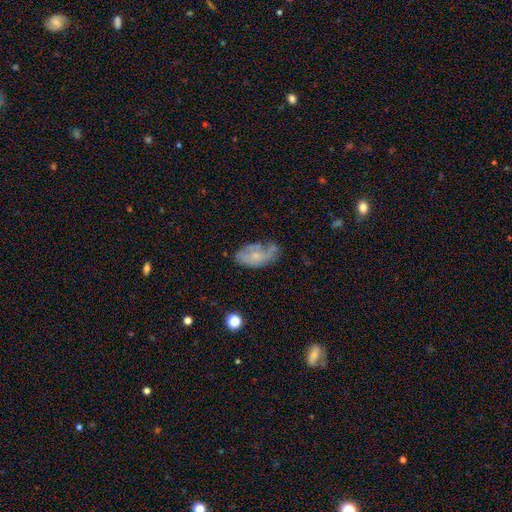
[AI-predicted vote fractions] This is possibly a featured or disk galaxy (46%, tied with smooth). Merging: marginally none (41%).